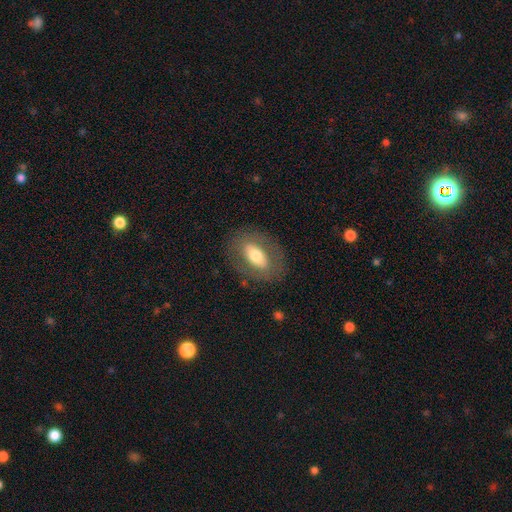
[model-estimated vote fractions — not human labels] Smooth or featured? Predicted: smooth (p=0.55). How rounded? Predicted: in between (p=0.85). Merging? Predicted: none (p=0.81).